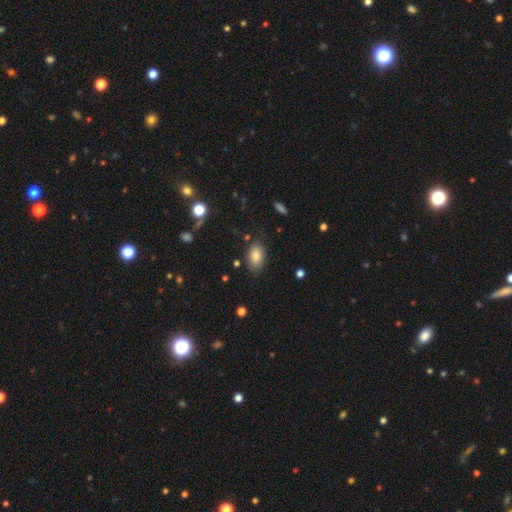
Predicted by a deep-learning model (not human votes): smooth 83%, featured or disk 9%, star or artifact 9%. Down the decision tree: how rounded — in between (90%); merging — none (78%).